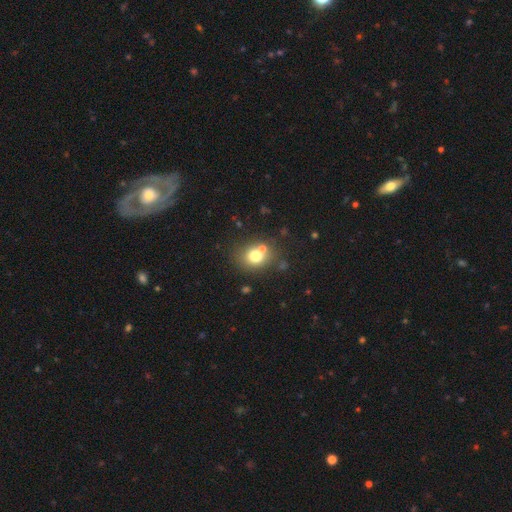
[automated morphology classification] Overall: smooth (73%). How rounded: round (69%; in between 30%). Merging: none (61%; merger 23%).